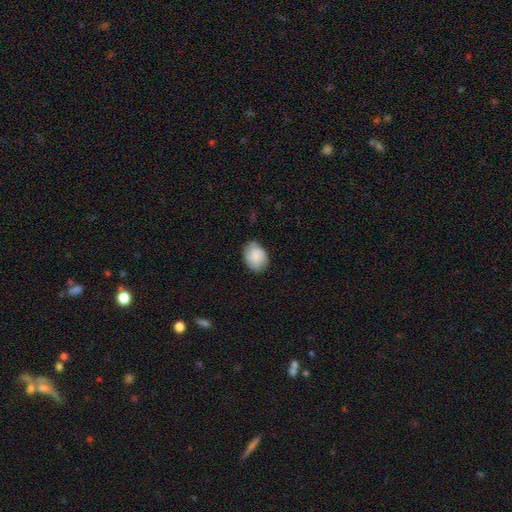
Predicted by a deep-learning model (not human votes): A smooth galaxy with no disk features (83%) that is in between round and cigar-shaped (62%). Merging: none (66%).